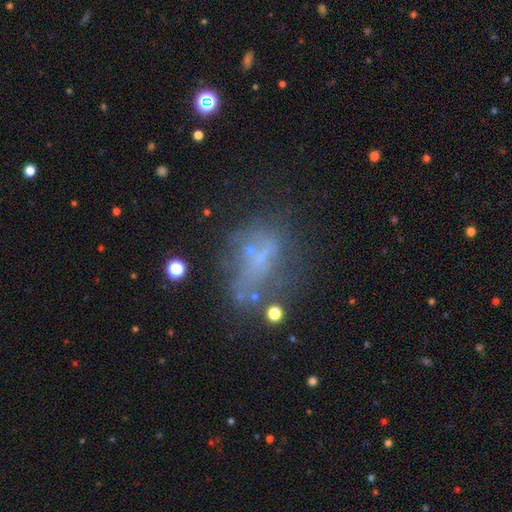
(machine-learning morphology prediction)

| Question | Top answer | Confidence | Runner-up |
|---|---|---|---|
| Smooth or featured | featured or disk | 43% | smooth (31%) |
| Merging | none | 40% | major disturbance (28%) |